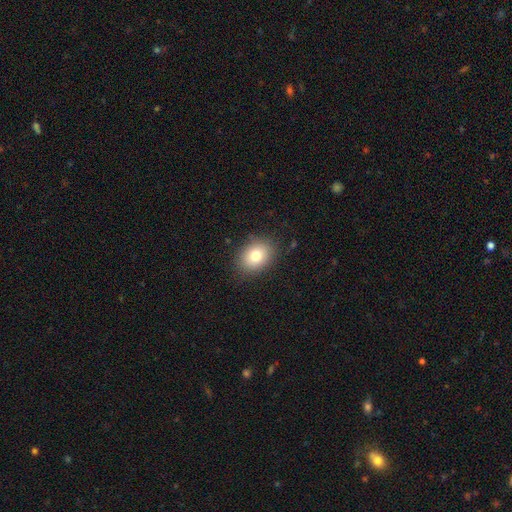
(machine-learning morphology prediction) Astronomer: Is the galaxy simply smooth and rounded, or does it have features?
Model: smooth — 78%.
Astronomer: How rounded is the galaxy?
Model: in between — 60% (runner-up: round, 39%).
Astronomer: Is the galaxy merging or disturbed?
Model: none — 85%.